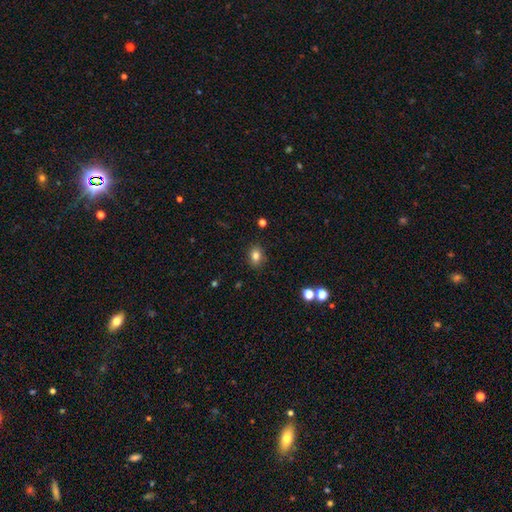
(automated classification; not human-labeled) Q: Smooth or featured?
A: smooth (81%); runner-up: star or artifact (11%)
Q: How rounded?
A: in between (66%); runner-up: round (33%)
Q: Merging?
A: none (86%); runner-up: minor disturbance (10%)